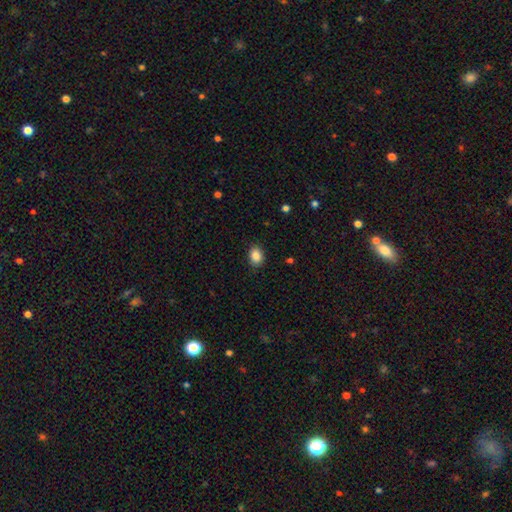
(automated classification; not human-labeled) Smooth or featured?
  - smooth: 88% *
  - star or artifact: 9%
  - featured or disk: 4%
How rounded?
  - in between: 68% *
  - round: 31%
  - cigar-shaped: 1%
Merging?
  - none: 86% *
  - minor disturbance: 11%
  - major disturbance: 3%
  - merger: 1%